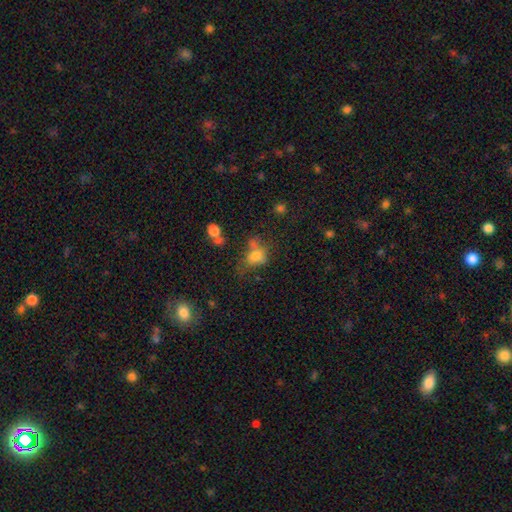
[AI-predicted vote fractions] A smooth galaxy with no disk features (70%) that is in between round and cigar-shaped (61%).

Vote fractions:
- Smooth or featured? smooth: 70% / featured or disk: 15% / star or artifact: 15%
- How rounded? in between: 61% / round: 38% / cigar-shaped: 2%
- Merging? none: 36% / minor disturbance: 24% / merger: 21% / major disturbance: 20%